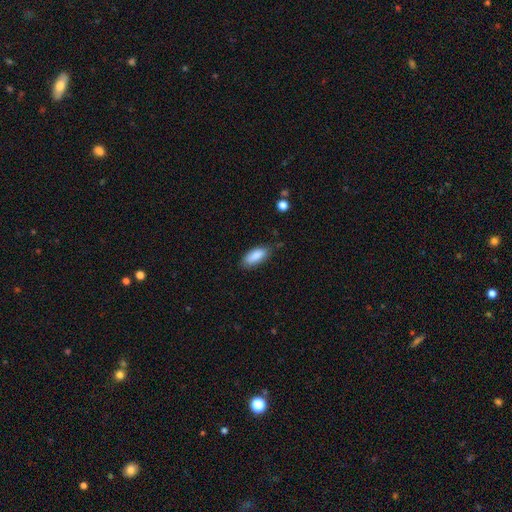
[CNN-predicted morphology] Smooth or featured? smooth (87%)
How rounded? in between (80%)
Merging? none (77%)